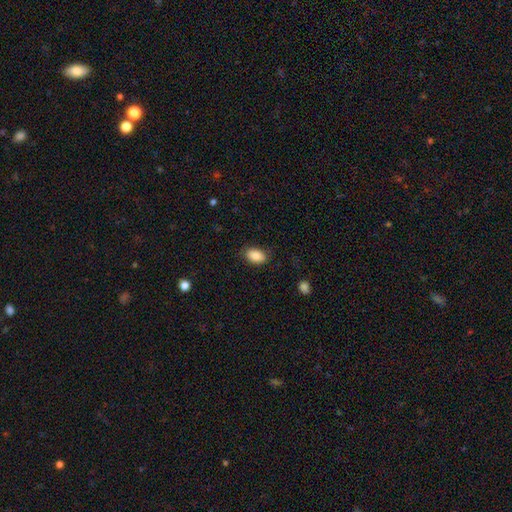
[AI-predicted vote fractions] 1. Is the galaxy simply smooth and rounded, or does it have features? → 87% smooth, 7% star or artifact, 5% featured or disk.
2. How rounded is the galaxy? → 88% in between, 11% round, 1% cigar-shaped.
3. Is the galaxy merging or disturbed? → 82% none, 13% minor disturbance, 3% major disturbance, 1% merger.